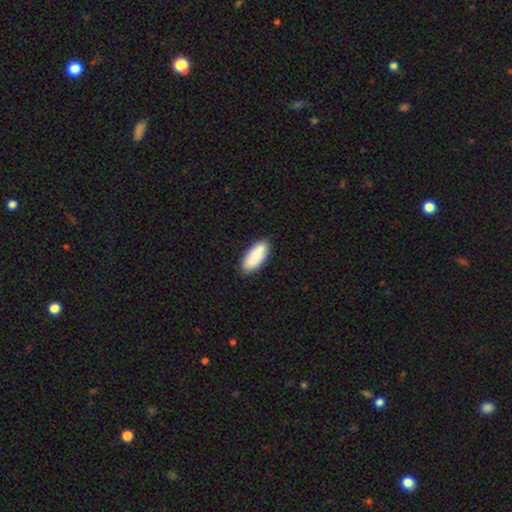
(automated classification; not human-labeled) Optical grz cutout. It shows a smooth galaxy with no disk features (87%) that is in between round and cigar-shaped (81%). Merging: none (86%).